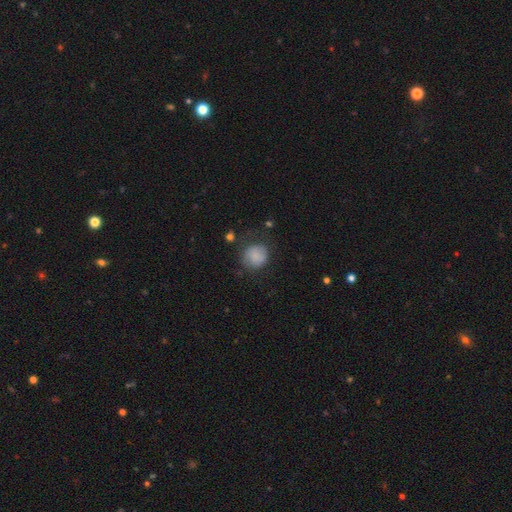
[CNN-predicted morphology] type=smooth (81%); roundness=round (82%); merging=none (64%).